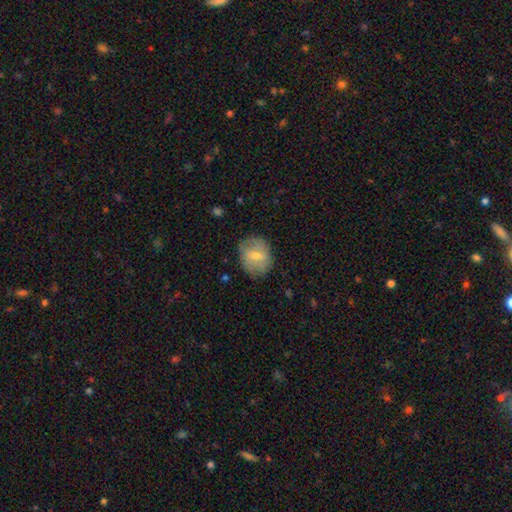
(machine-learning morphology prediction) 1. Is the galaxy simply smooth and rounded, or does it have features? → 52% smooth, 40% featured or disk, 8% star or artifact.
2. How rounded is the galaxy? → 56% round, 43% in between, 1% cigar-shaped.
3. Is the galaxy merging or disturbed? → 79% none, 15% minor disturbance, 4% major disturbance, 1% merger.